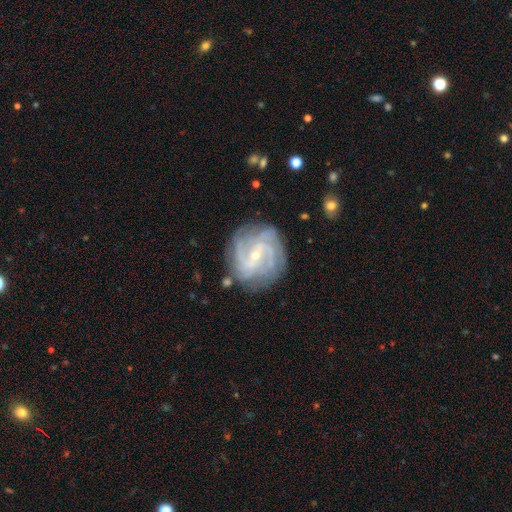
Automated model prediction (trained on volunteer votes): Morphology: type=featured or disk (88%); edge-on=no (97%); bar=weak (47%); spiral arms=yes (97%); winding=tight (53%); arm count=4 (24%); bulge=small (77%); merging=none (79%).